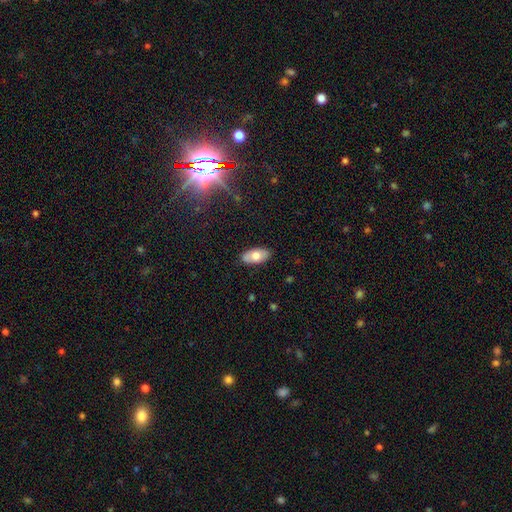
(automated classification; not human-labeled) A smooth galaxy with no disk features (73%) that is in between round and cigar-shaped (93%). Merging: none (86%).